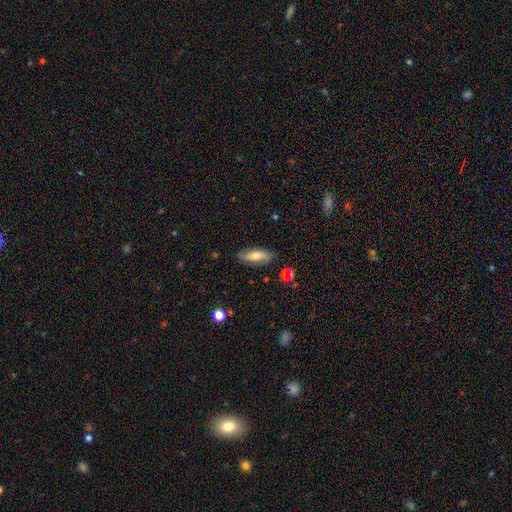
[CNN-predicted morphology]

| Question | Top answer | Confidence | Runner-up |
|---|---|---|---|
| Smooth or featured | smooth | 58% | featured or disk (35%) |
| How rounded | in between | 61% | cigar-shaped (36%) |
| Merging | none | 85% | minor disturbance (12%) |